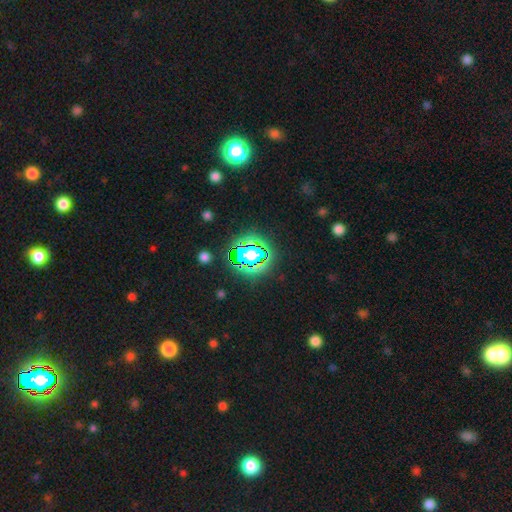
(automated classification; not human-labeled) star or artifact 64%, smooth 24%, featured or disk 12%.